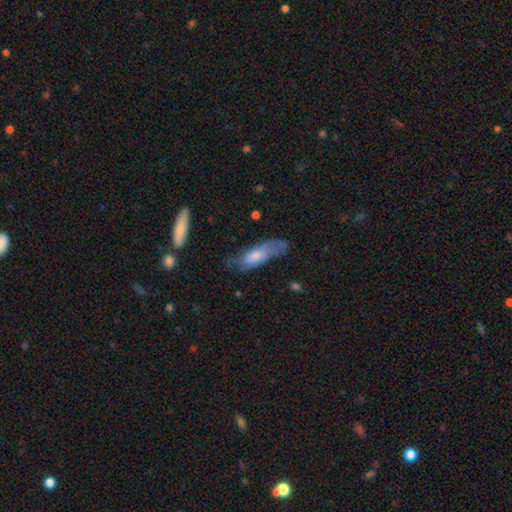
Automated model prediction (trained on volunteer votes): Smooth or featured? Predicted: smooth (p=0.49). Merging? Predicted: none (p=0.51).